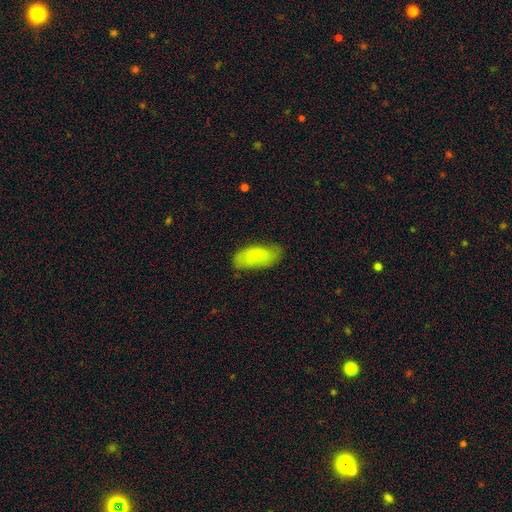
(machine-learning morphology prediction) type=smooth (81%); roundness=in between (86%); merging=none (70%).